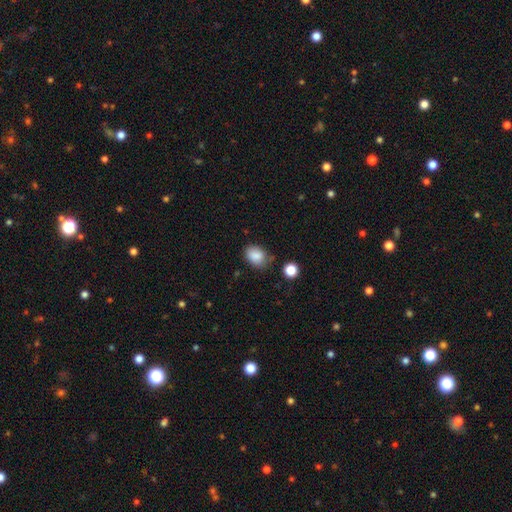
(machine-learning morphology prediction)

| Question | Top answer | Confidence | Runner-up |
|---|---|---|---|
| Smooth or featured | smooth | 86% | star or artifact (9%) |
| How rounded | in between | 67% | round (32%) |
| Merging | none | 69% | minor disturbance (21%) |